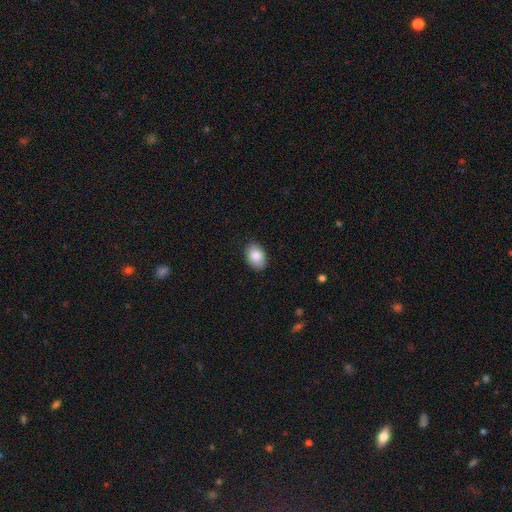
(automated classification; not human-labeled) A smooth galaxy with no disk features (87%) that is in between round and cigar-shaped (84%). Merging: none (87%).